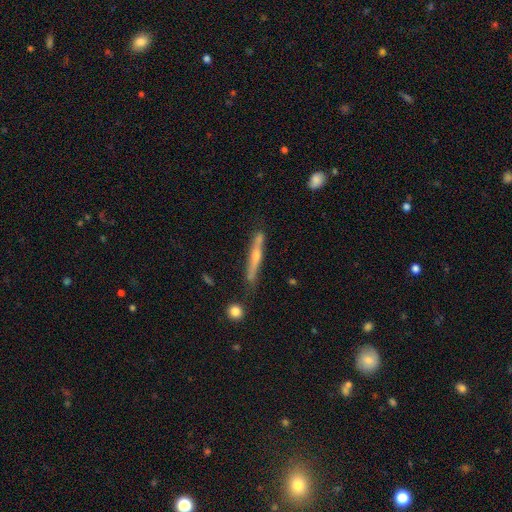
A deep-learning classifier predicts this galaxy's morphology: Smooth or featured? Predicted: featured or disk (p=0.65). Edge-on disk? Predicted: yes (p=0.95). Edge-on bulge? Predicted: rounded (p=0.78). Merging? Predicted: none (p=0.77).